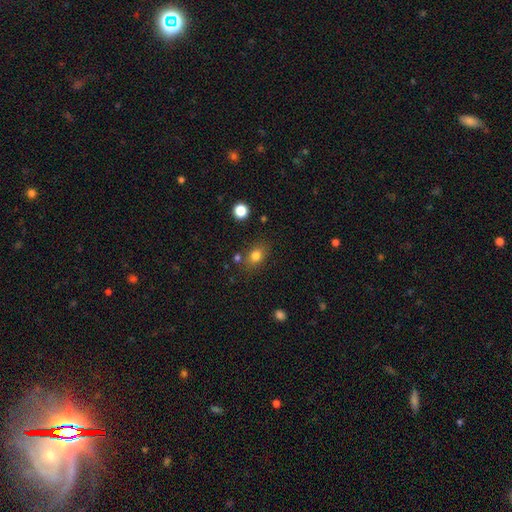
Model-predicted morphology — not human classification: Smooth or featured: smooth — 80% (star or artifact — 12%)
How rounded: in between — 58% (round — 41%)
Merging: none — 75% (minor disturbance — 14%)